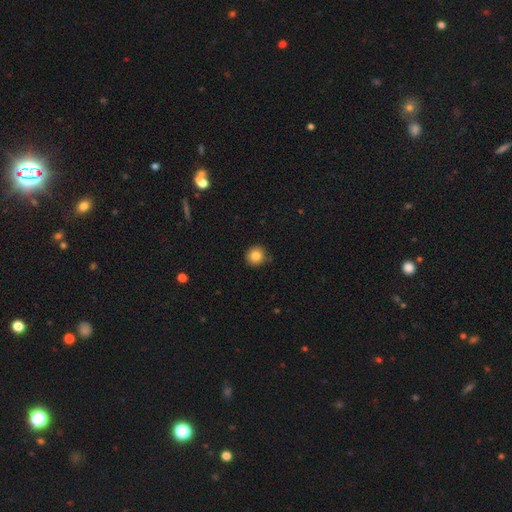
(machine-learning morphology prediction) smooth 84%, star or artifact 10%, featured or disk 6%. Down the decision tree: how rounded — round (92%); merging — none (86%).